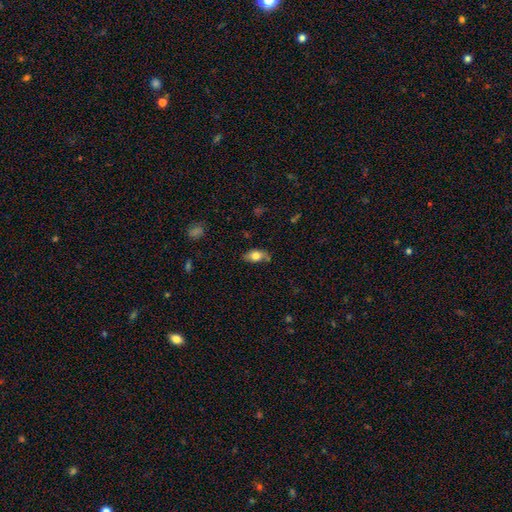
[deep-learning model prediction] This appears to be a smooth galaxy with no disk features (72%) that is in between round and cigar-shaped (87%). Merging: none (64%).